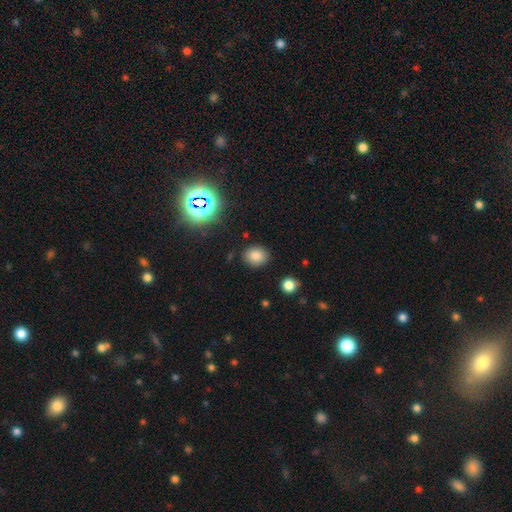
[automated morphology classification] Smooth or featured?
  - smooth: 78% *
  - star or artifact: 15%
  - featured or disk: 7%
How rounded?
  - round: 60% *
  - in between: 39%
  - cigar-shaped: 1%
Merging?
  - none: 86% *
  - minor disturbance: 9%
  - major disturbance: 3%
  - merger: 2%